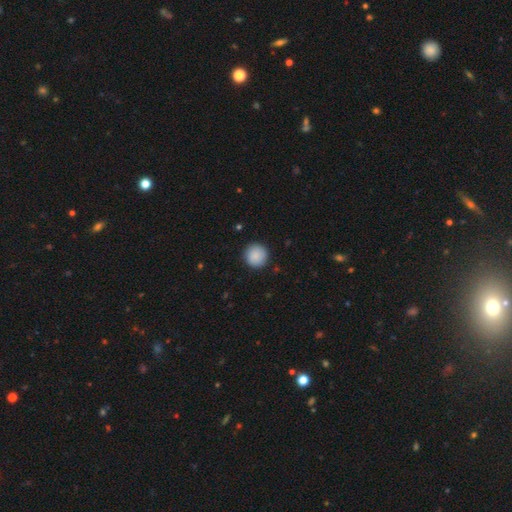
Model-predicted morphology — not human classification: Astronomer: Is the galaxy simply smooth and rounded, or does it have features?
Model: smooth — 89%.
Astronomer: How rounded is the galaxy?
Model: round — 96%.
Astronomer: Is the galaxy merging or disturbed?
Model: none — 92%.